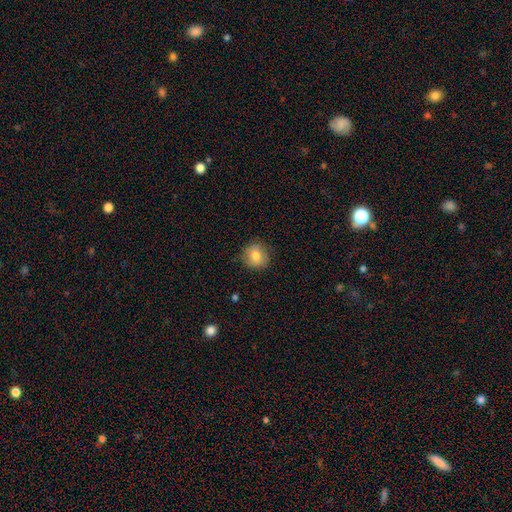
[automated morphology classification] type=smooth (78%); roundness=round (89%); merging=none (83%).